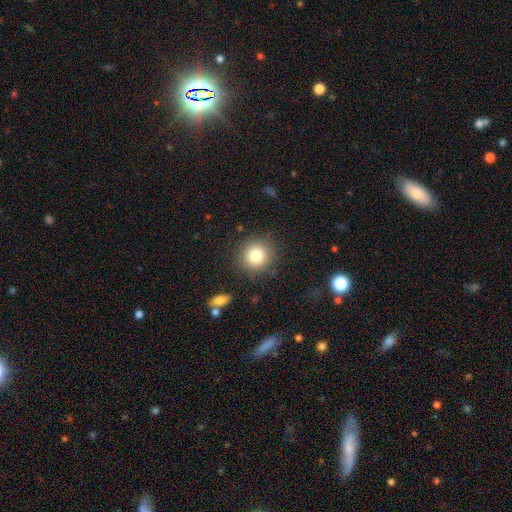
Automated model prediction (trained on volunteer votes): smooth-or-featured: smooth: 79% | star or artifact: 11% | featured or disk: 9%
  how-rounded: round: 92% | in between: 7% | cigar-shaped: 1%
  merging: none: 87% | minor disturbance: 8% | major disturbance: 3% | merger: 2%